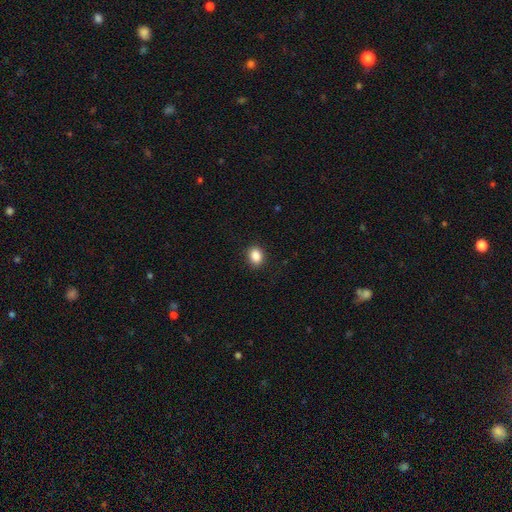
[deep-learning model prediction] Smooth or featured? smooth (88%)
How rounded? in between (62%)
Merging? none (89%)